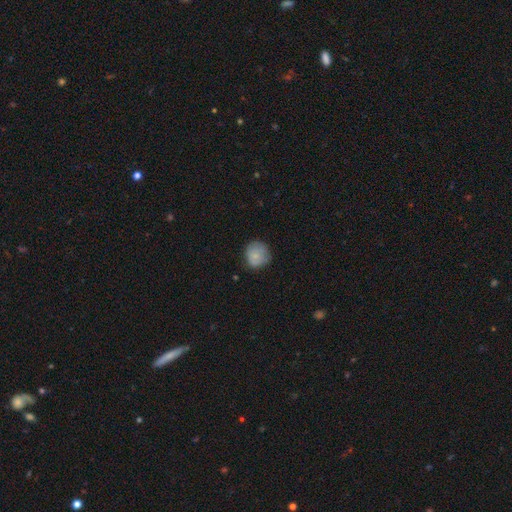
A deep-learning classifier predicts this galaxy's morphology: smooth 77%, featured or disk 15%, star or artifact 8%. Down the decision tree: how rounded — round (85%); merging — none (71%).